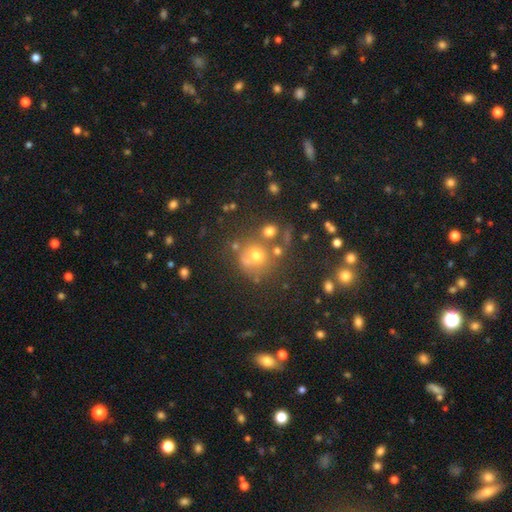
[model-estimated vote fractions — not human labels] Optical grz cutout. It shows a smooth galaxy with no disk features (63%) that is round (86%). Merging: none (58%).